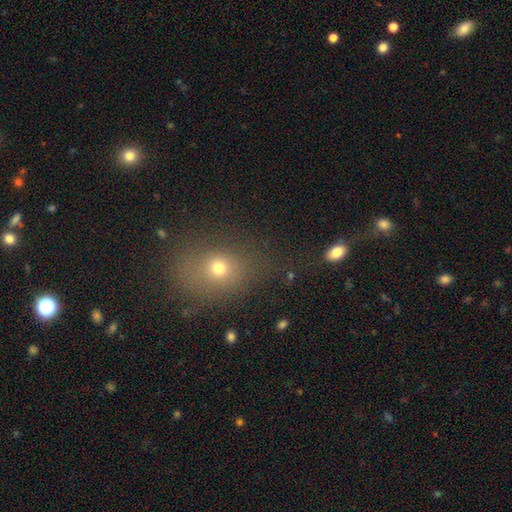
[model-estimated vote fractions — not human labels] Smooth or featured? smooth (60%)
How rounded? round (52%)
Merging? none (76%)